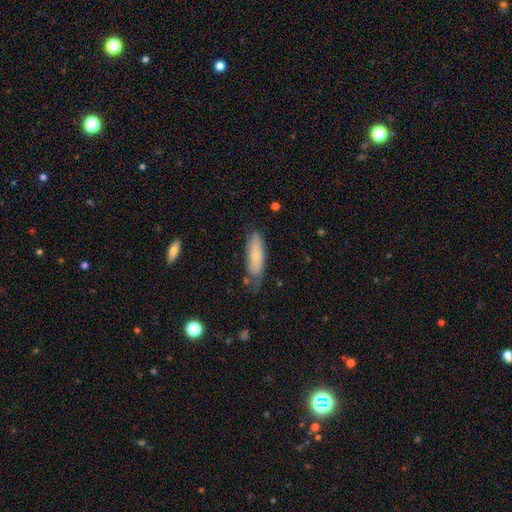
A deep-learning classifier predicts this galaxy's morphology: smooth-or-featured: smooth: 71% | featured or disk: 22% | star or artifact: 6%
  how-rounded: in between: 55% | cigar-shaped: 43% | round: 2%
  merging: none: 55% | minor disturbance: 33% | major disturbance: 8% | merger: 3%